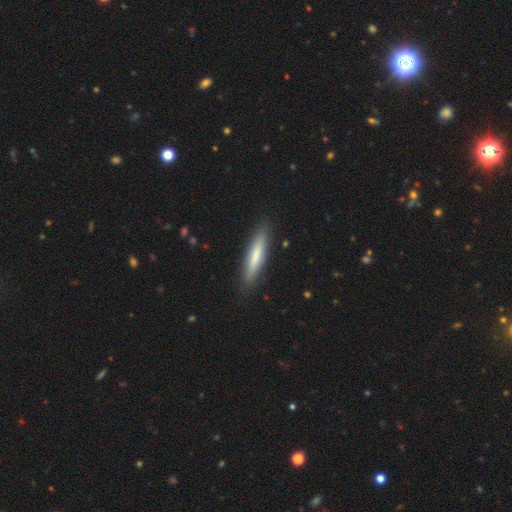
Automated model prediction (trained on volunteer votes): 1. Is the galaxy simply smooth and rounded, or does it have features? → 72% smooth, 22% featured or disk, 6% star or artifact.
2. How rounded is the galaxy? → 86% cigar-shaped, 13% in between, 1% round.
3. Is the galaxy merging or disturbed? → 88% none, 9% minor disturbance, 2% major disturbance, 1% merger.